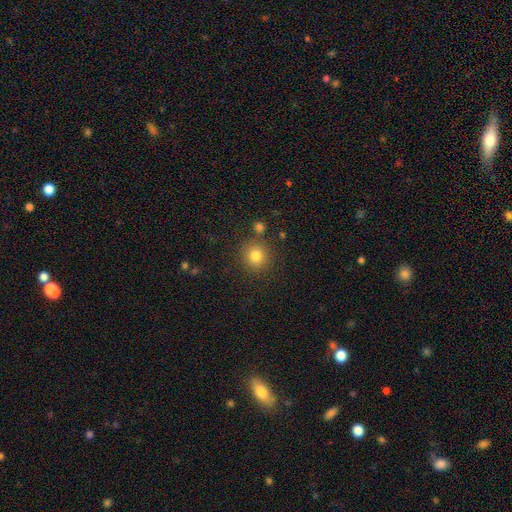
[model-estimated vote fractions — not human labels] This appears to be a smooth galaxy with no disk features (81%) that is round (90%). Merging: none (83%).